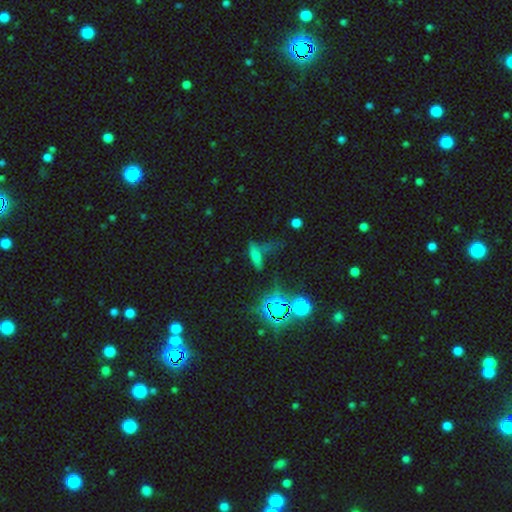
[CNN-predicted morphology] A smooth galaxy with no disk features (52%) that is cigar-shaped (51%). Merging: none (47%).